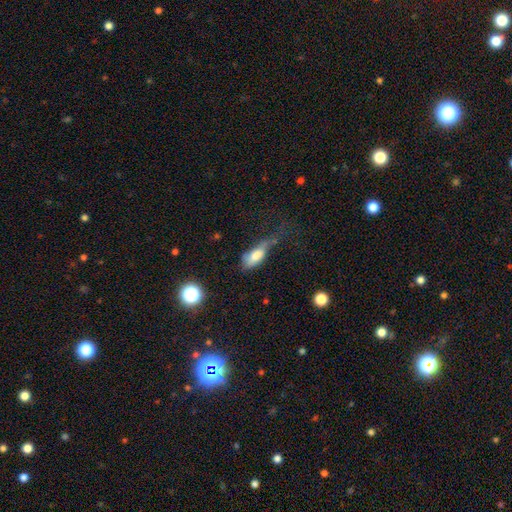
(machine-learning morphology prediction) This appears to be a smooth galaxy with no disk features (71%) that is in between round and cigar-shaped (80%). Merging: major disturbance (38%).